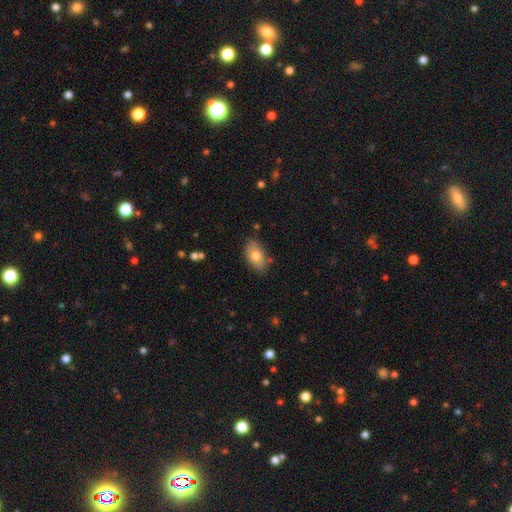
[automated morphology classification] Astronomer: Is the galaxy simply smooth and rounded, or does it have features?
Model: smooth — 76%.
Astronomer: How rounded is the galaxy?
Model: in between — 90%.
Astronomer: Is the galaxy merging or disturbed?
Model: none — 79%.